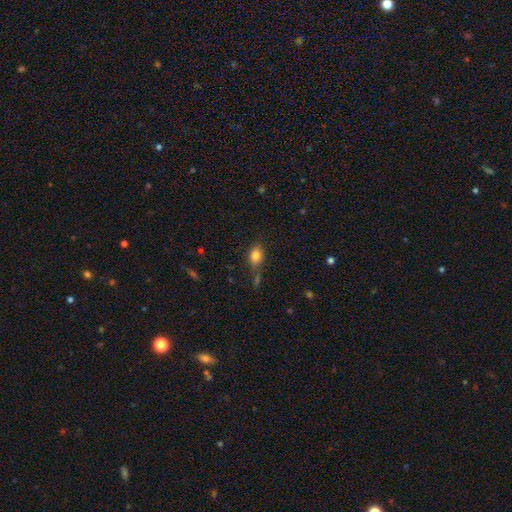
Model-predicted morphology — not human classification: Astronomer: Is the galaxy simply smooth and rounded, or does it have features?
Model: smooth — 80%.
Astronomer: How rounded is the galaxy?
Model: in between — 74%.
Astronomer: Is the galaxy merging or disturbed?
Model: none — 64%.